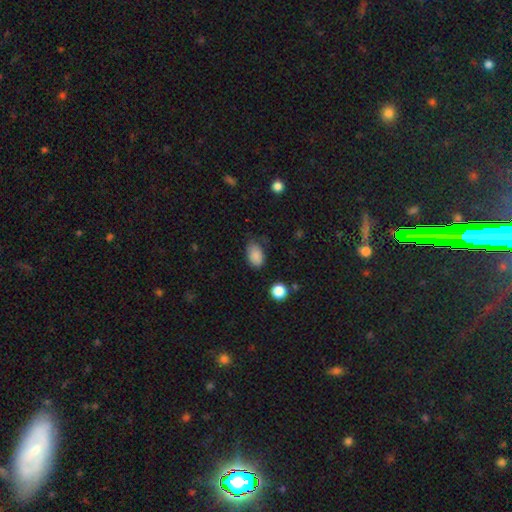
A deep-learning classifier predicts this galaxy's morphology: Smooth or featured? smooth (87%)
How rounded? in between (87%)
Merging? none (69%)